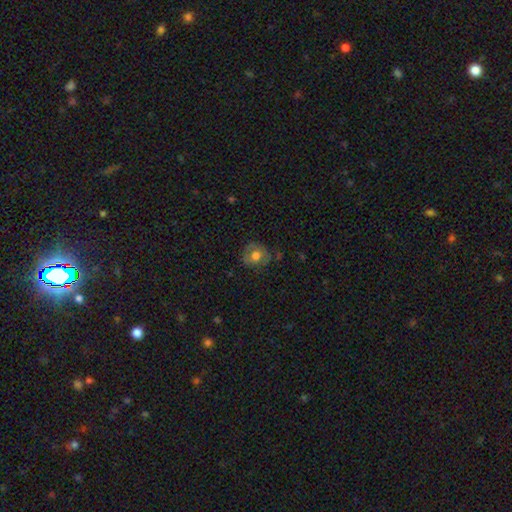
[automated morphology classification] type=smooth (61%); roundness=round (78%); merging=none (68%).